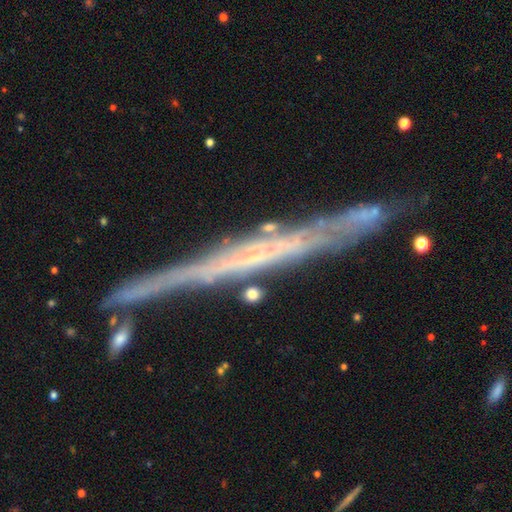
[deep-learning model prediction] The model was most divided on "smooth or featured": featured or disk: 76%, smooth: 16%, star or artifact: 8%. More confident: edge-on disk — yes (95%); merging — none (78%); edge-on bulge — none (78%).